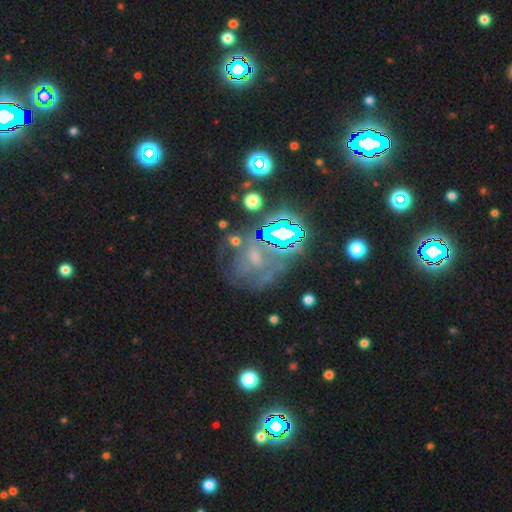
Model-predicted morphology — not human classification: Overall: star or artifact (41%; featured or disk 35%).